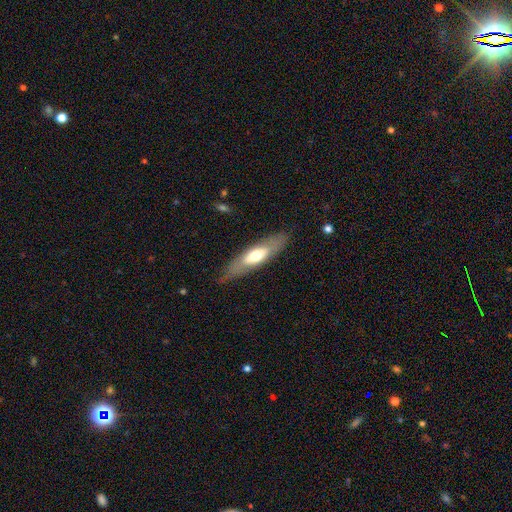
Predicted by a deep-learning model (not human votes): Q: Smooth or featured?
A: smooth (51%); runner-up: featured or disk (43%)
Q: How rounded?
A: cigar-shaped (54%); runner-up: in between (44%)
Q: Merging?
A: none (79%); runner-up: minor disturbance (15%)